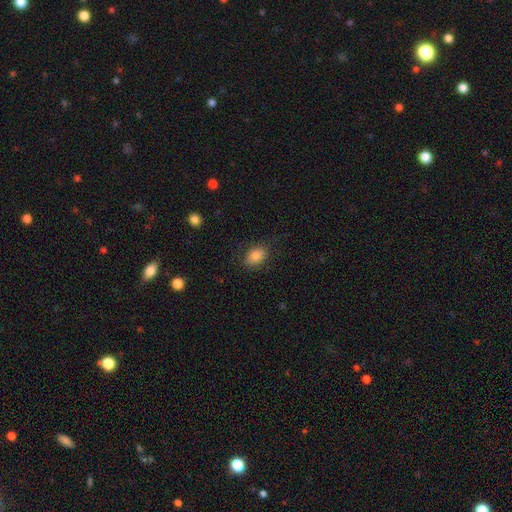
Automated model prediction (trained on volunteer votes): Smooth or featured?
  - smooth: 83% *
  - featured or disk: 9%
  - star or artifact: 8%
How rounded?
  - in between: 81% *
  - round: 18%
  - cigar-shaped: 1%
Merging?
  - none: 81% *
  - minor disturbance: 14%
  - major disturbance: 4%
  - merger: 1%